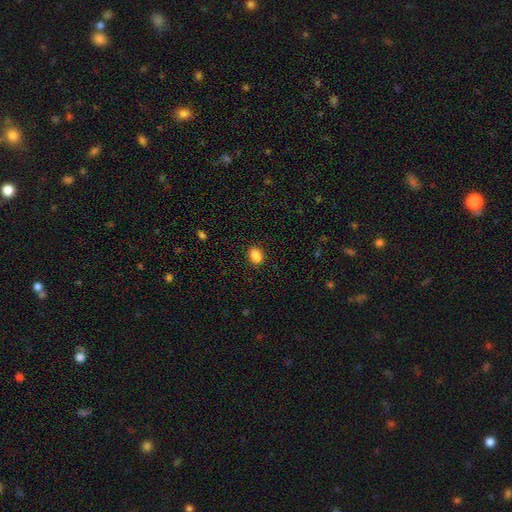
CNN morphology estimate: A smooth galaxy with no disk features (86%) that is in between round and cigar-shaped (79%).

Vote fractions:
- Smooth or featured? smooth: 86% / star or artifact: 10% / featured or disk: 4%
- How rounded? in between: 79% / round: 19% / cigar-shaped: 2%
- Merging? none: 83% / minor disturbance: 11% / merger: 3% / major disturbance: 3%